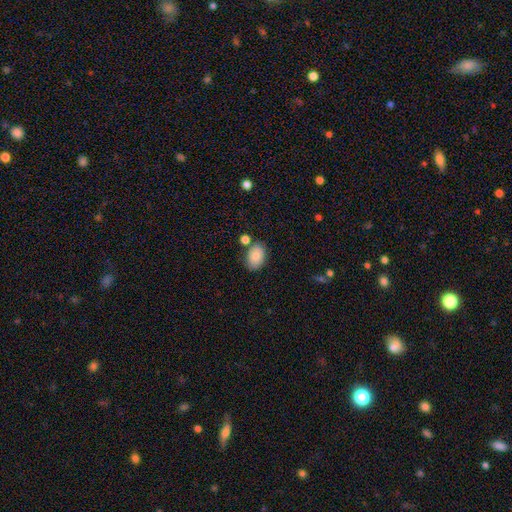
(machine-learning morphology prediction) This is clearly a smooth galaxy (85%). How rounded: clearly in between (85%). Merging: likely none (74%).